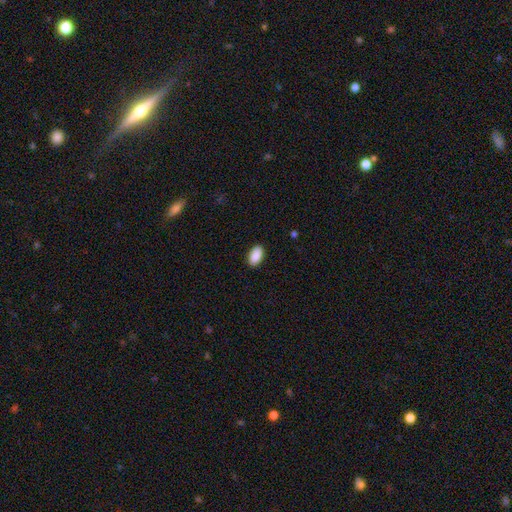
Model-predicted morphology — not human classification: This appears to be a smooth galaxy with no disk features (89%) that is in between round and cigar-shaped (94%). Merging: none (89%).